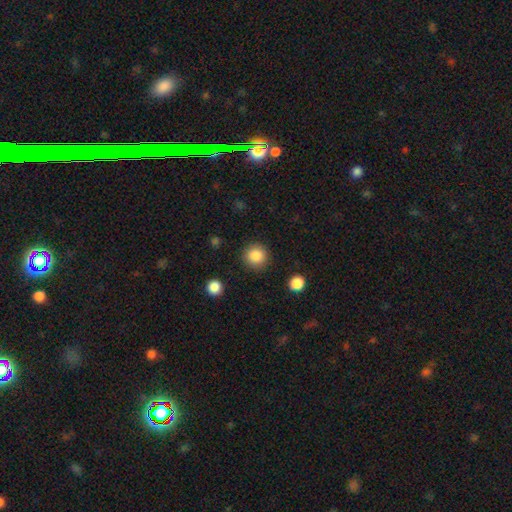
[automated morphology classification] Smooth or featured: smooth — 86% (star or artifact — 10%)
How rounded: round — 94% (in between — 5%)
Merging: none — 89% (minor disturbance — 7%)